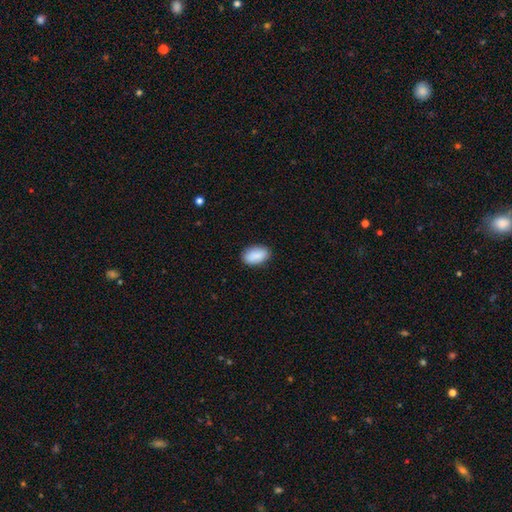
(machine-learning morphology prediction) type=smooth (89%); roundness=in between (93%); merging=none (86%).